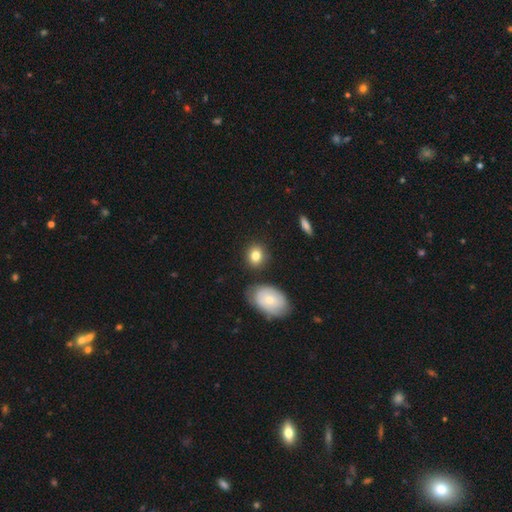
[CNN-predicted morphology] type=smooth (81%); roundness=round (67%); merging=none (80%).